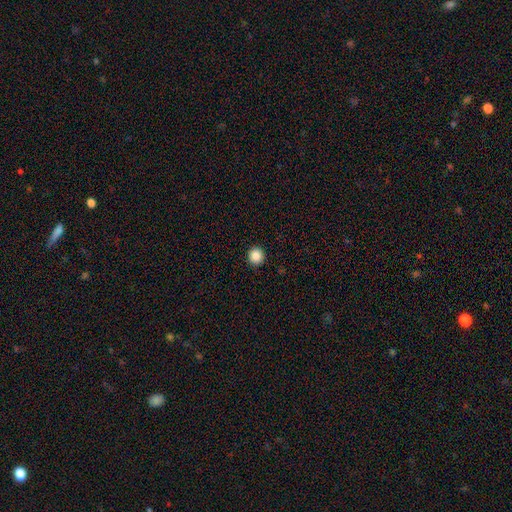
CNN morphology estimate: The model was most divided on "smooth or featured": smooth: 87%, star or artifact: 10%, featured or disk: 3%. More confident: how rounded — round (94%); merging — none (93%).